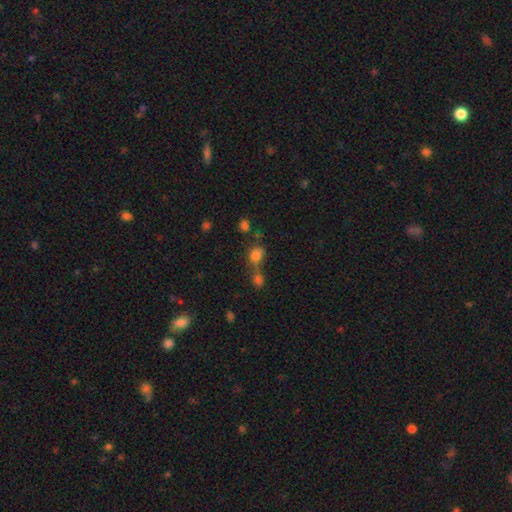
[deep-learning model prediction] Smooth or featured? Predicted: smooth (p=0.77). How rounded? Predicted: round (p=0.51). Merging? Predicted: merger (p=0.45).